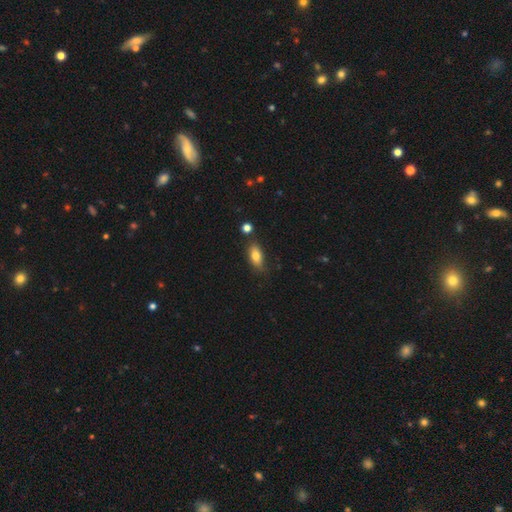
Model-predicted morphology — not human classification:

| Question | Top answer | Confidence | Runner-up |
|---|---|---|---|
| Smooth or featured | smooth | 79% | featured or disk (13%) |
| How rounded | in between | 86% | cigar-shaped (9%) |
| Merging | none | 71% | minor disturbance (20%) |